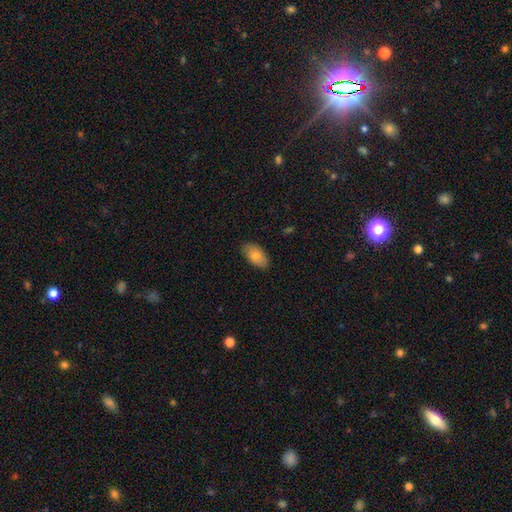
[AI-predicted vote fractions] This appears to be a smooth galaxy with no disk features (84%) that is in between round and cigar-shaped (94%). Merging: none (85%).